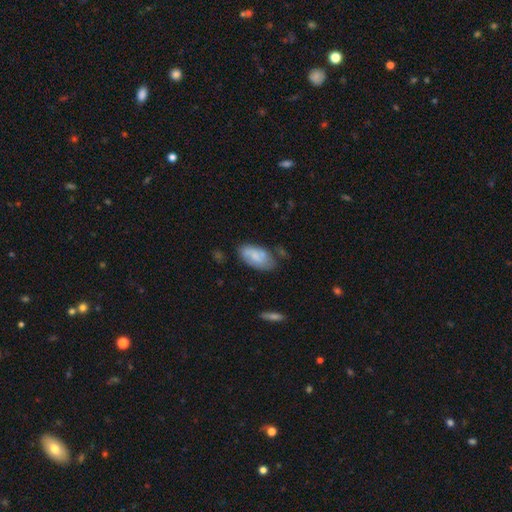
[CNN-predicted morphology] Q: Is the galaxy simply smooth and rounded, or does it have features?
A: smooth — 67%.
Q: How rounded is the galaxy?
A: in between — 93%.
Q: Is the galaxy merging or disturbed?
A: none — 61%.